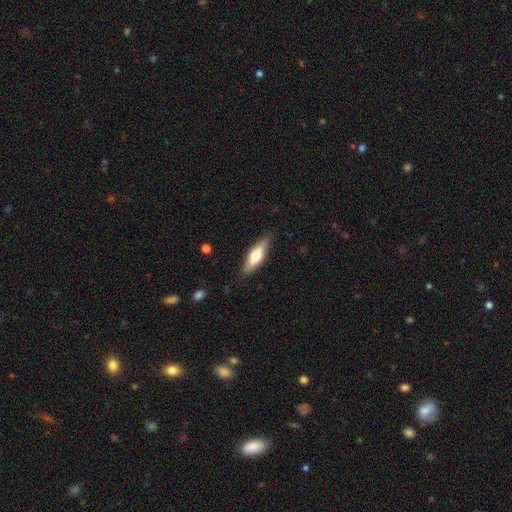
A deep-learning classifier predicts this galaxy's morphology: Q: Smooth or featured?
A: smooth (57%); runner-up: featured or disk (37%)
Q: How rounded?
A: cigar-shaped (53%); runner-up: in between (45%)
Q: Merging?
A: none (86%); runner-up: minor disturbance (11%)